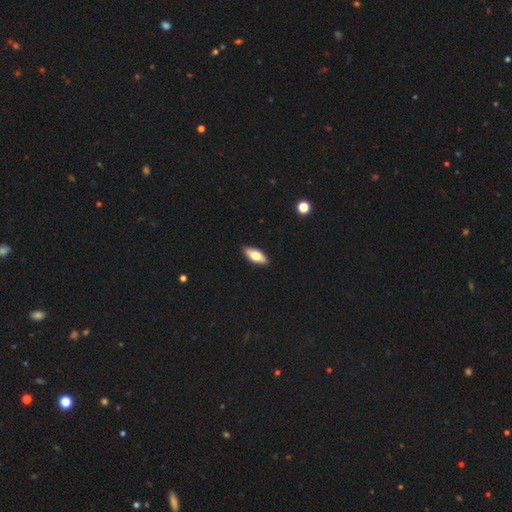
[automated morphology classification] A smooth galaxy with no disk features (68%) that is in between round and cigar-shaped (82%).

Vote fractions:
- Smooth or featured? smooth: 68% / featured or disk: 26% / star or artifact: 6%
- How rounded? in between: 82% / cigar-shaped: 15% / round: 3%
- Merging? none: 90% / minor disturbance: 8% / major disturbance: 2% / merger: 1%